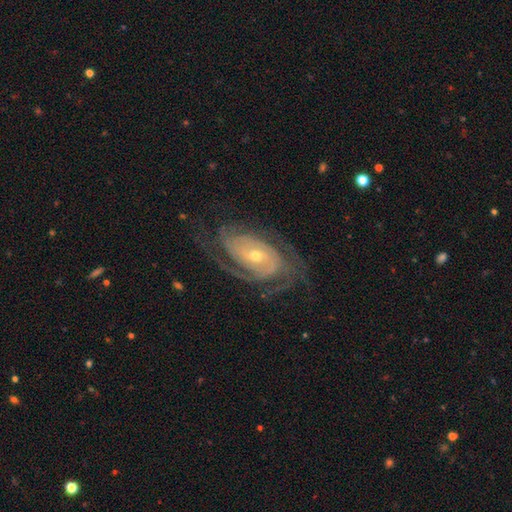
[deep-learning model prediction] Overall: featured or disk (90%). Edge-on disk: no (95%). Bar: no (61%; weak 27%). Spiral arms: yes (97%). Spiral arm count: 3 (27%, tied with 2). Spiral winding: tight (65%; medium 29%). Bulge size: small (53%; moderate 43%). Merging: none (70%).